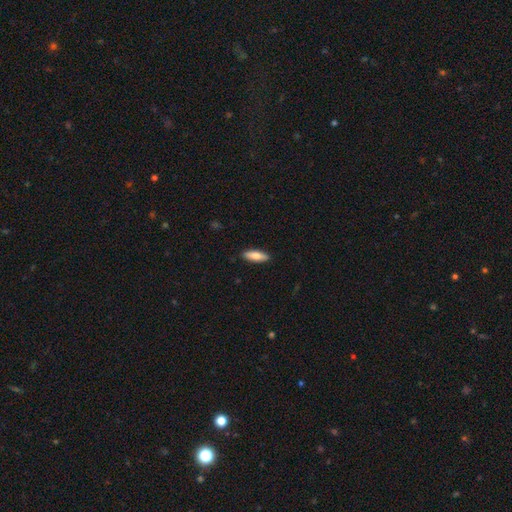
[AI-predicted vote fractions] Q: Smooth or featured?
A: smooth (78%); runner-up: featured or disk (16%)
Q: How rounded?
A: in between (54%); runner-up: cigar-shaped (44%)
Q: Merging?
A: none (90%); runner-up: minor disturbance (8%)